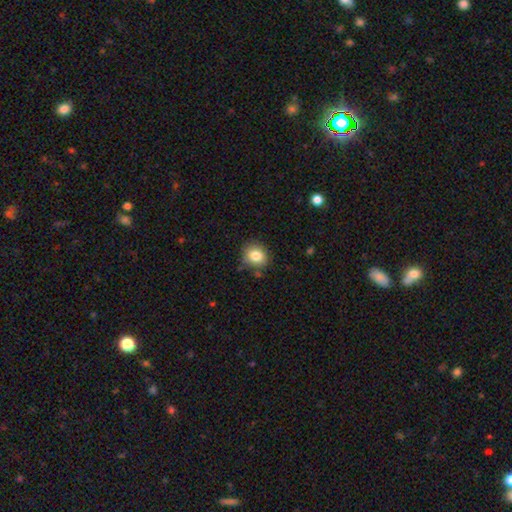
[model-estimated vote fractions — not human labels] The model was most divided on "how rounded": round: 77%, in between: 23%, cigar-shaped: 1%. More confident: smooth or featured — smooth (83%); merging — none (79%).